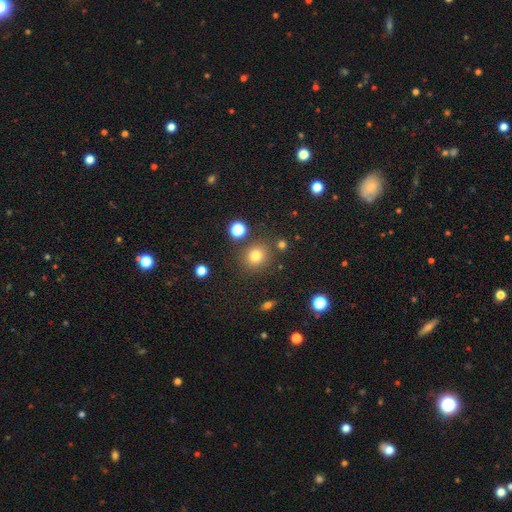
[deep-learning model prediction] smooth_or_featured: smooth (p=0.76) [alt: star or artifact p=0.16]
how_rounded: round (p=0.80) [alt: in between p=0.19]
merging: none (p=0.83) [alt: minor disturbance p=0.09]